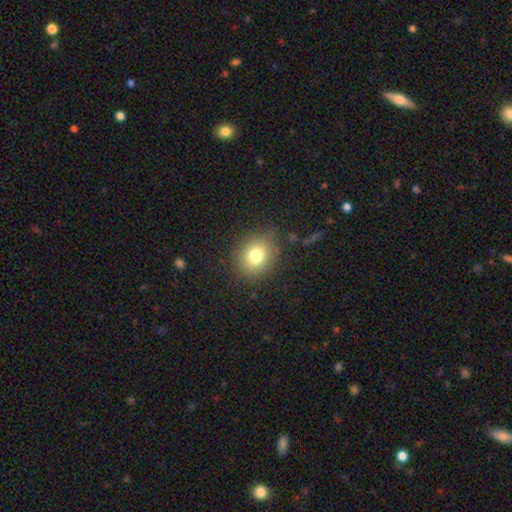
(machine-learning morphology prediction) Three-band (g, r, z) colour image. It shows a smooth galaxy with no disk features (77%) that is round (73%). Merging: none (83%).